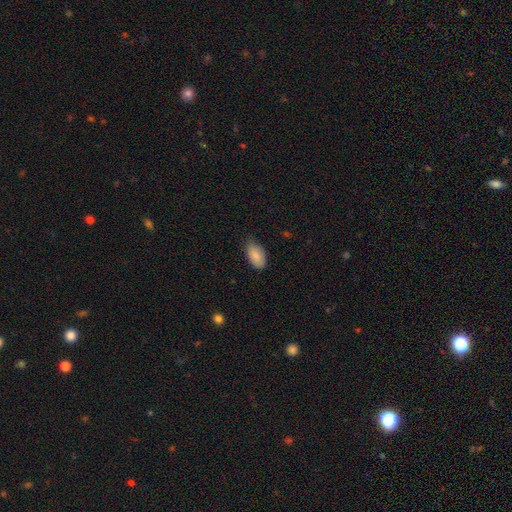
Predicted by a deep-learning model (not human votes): smooth-or-featured: smooth: 87% | star or artifact: 7% | featured or disk: 6%
  how-rounded: in between: 94% | round: 4% | cigar-shaped: 2%
  merging: none: 69% | minor disturbance: 26% | major disturbance: 4% | merger: 1%